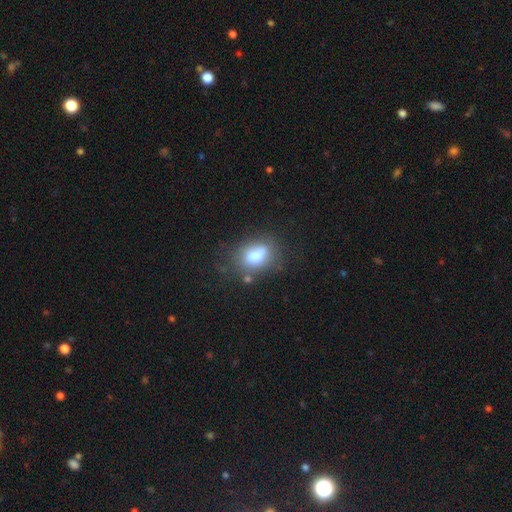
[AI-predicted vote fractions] Q: Smooth or featured?
A: smooth (75%); runner-up: featured or disk (15%)
Q: How rounded?
A: in between (78%); runner-up: round (19%)
Q: Merging?
A: none (50%); runner-up: minor disturbance (25%)